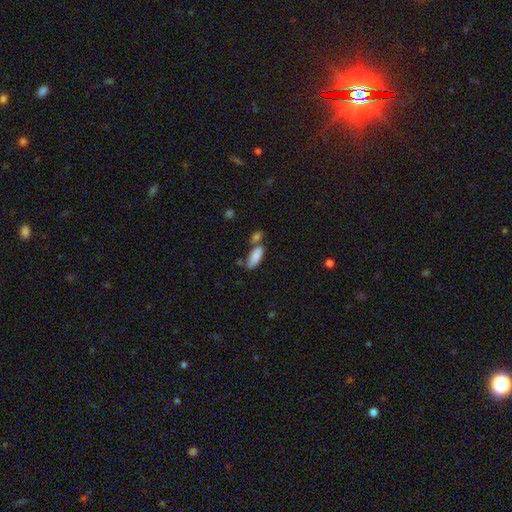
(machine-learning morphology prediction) Q: Smooth or featured?
A: smooth (85%); runner-up: featured or disk (8%)
Q: How rounded?
A: in between (76%); runner-up: cigar-shaped (22%)
Q: Merging?
A: none (48%); runner-up: merger (28%)